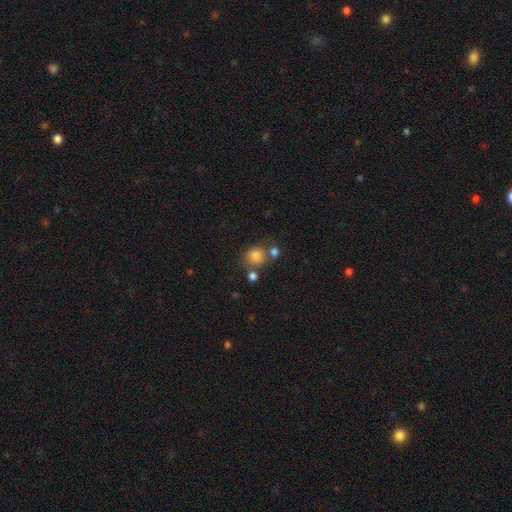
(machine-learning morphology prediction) A smooth galaxy with no disk features (80%) that is round (75%). Merging: none (58%).